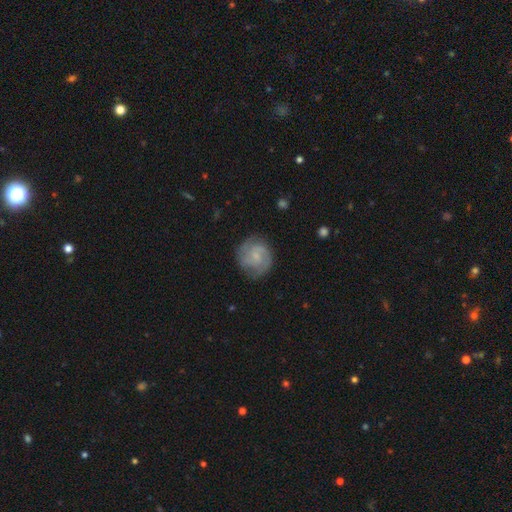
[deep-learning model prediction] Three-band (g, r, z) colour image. It shows a featured or disk galaxy (67%) with no bar (51%), 2 (56%) medium (44%) spiral arms (91%) and a small central bulge (47%). Merging: none (75%).